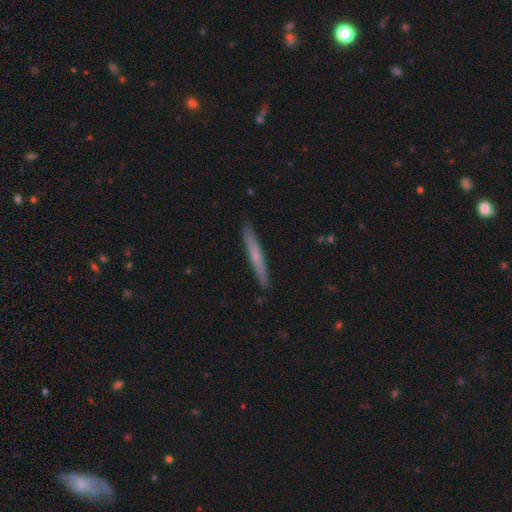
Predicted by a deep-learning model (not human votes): Smooth or featured? smooth (61%)
How rounded? cigar-shaped (97%)
Merging? none (91%)